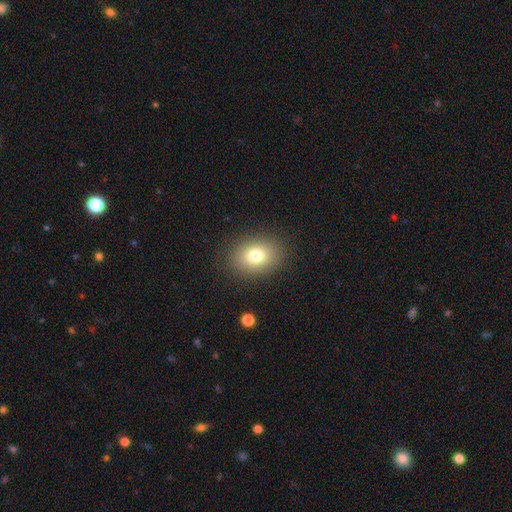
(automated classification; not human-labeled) Smooth or featured? smooth (79%)
How rounded? in between (68%)
Merging? none (87%)